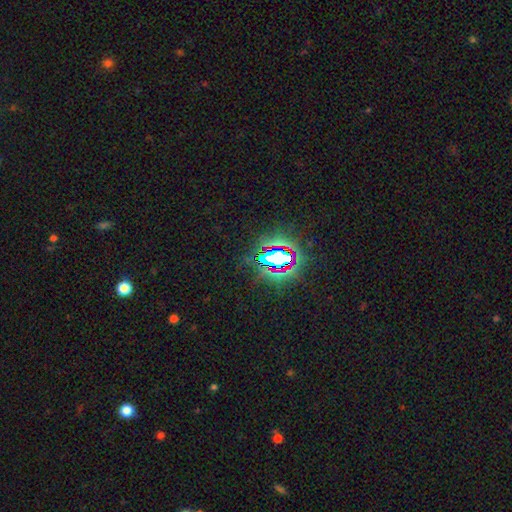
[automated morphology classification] This is clearly a star or artifact rather than a galaxy (81%).